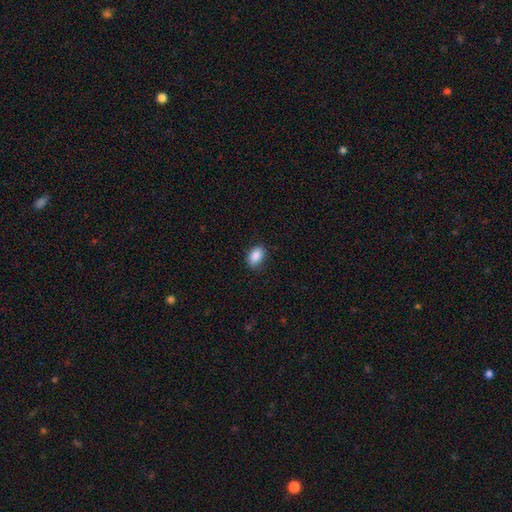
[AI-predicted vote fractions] A smooth galaxy with no disk features (88%) that is in between round and cigar-shaped (85%).

Vote fractions:
- Smooth or featured? smooth: 88% / star or artifact: 8% / featured or disk: 4%
- How rounded? in between: 85% / round: 13% / cigar-shaped: 1%
- Merging? none: 85% / minor disturbance: 12% / major disturbance: 2% / merger: 1%